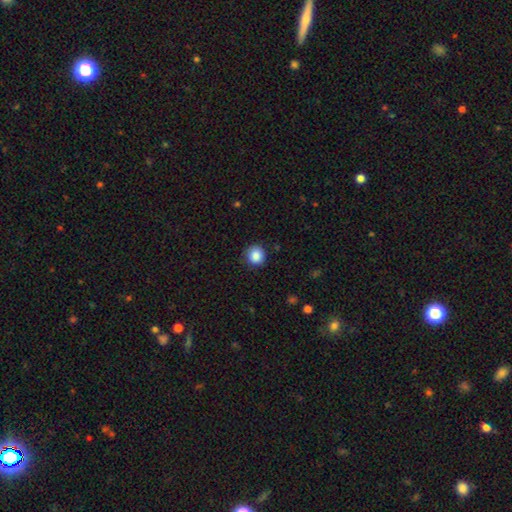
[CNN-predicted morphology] Smooth or featured: smooth — 86% (star or artifact — 10%)
How rounded: round — 90% (in between — 9%)
Merging: none — 88% (minor disturbance — 9%)